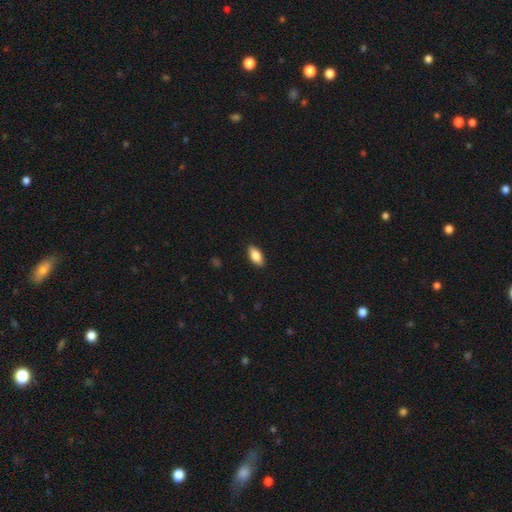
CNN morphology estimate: Smooth or featured: smooth — 85% (featured or disk — 8%)
How rounded: in between — 90% (cigar-shaped — 7%)
Merging: none — 89% (minor disturbance — 8%)